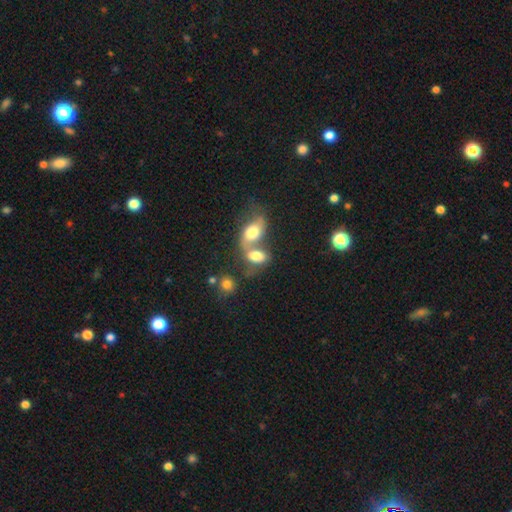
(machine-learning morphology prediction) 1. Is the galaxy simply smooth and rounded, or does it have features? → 69% smooth, 21% featured or disk, 10% star or artifact.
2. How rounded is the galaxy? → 86% in between, 11% round, 3% cigar-shaped.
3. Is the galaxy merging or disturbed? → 68% merger, 19% none, 7% minor disturbance, 6% major disturbance.